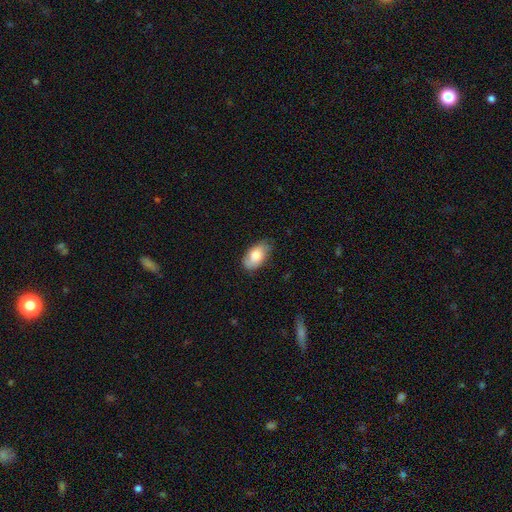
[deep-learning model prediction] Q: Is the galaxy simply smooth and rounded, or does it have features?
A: smooth — 80%.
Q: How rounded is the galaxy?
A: in between — 94%.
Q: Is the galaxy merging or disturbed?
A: none — 73%.